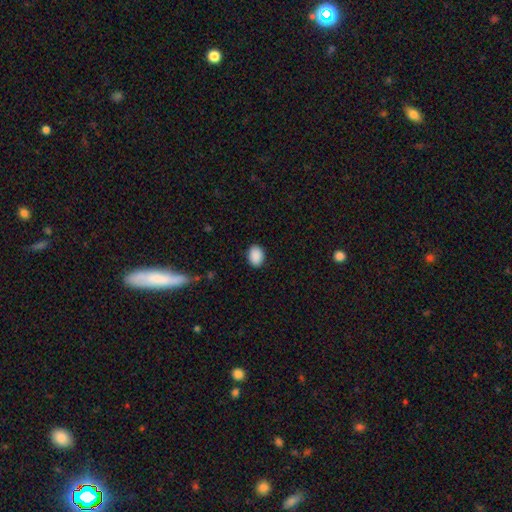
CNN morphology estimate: Smooth or featured? smooth (90%)
How rounded? in between (75%)
Merging? none (89%)